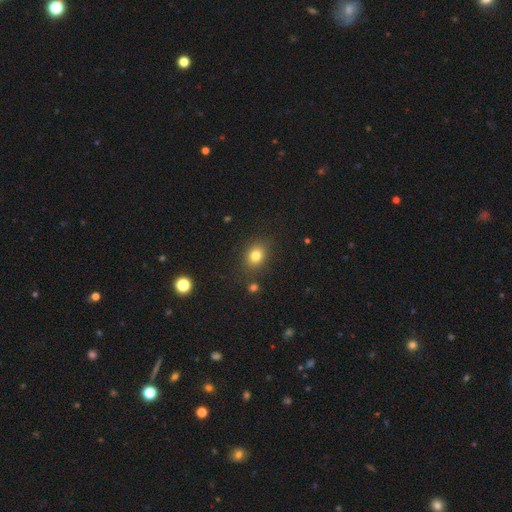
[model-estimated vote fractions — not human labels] Smooth or featured?
  - smooth: 80% *
  - star or artifact: 12%
  - featured or disk: 7%
How rounded?
  - in between: 50% *
  - round: 49%
  - cigar-shaped: 1%
Merging?
  - none: 83% *
  - minor disturbance: 11%
  - major disturbance: 3%
  - merger: 3%